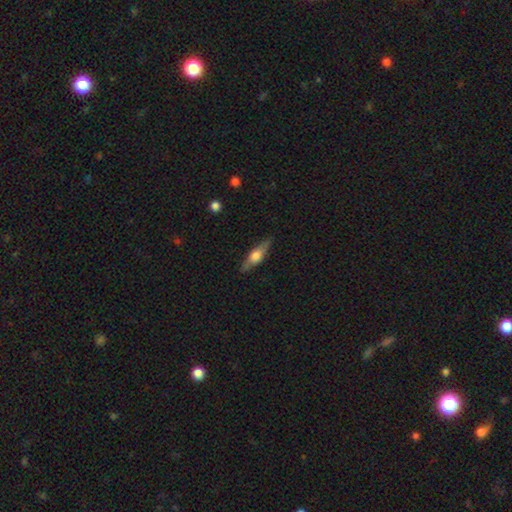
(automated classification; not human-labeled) The model was most divided on "smooth or featured": featured or disk: 55%, smooth: 40%, star or artifact: 6%. More confident: edge-on disk — yes (90%); merging — none (85%).